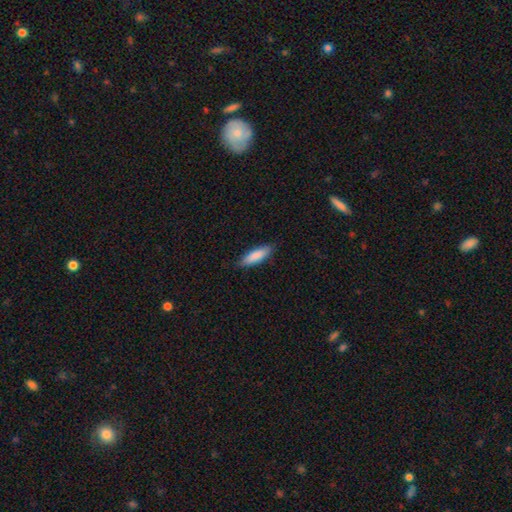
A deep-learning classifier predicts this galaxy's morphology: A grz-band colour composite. It shows a smooth galaxy with no disk features (86%) that is cigar-shaped (57%). Merging: none (86%).